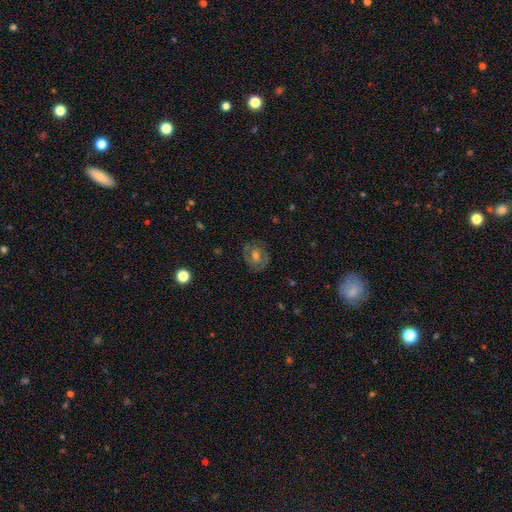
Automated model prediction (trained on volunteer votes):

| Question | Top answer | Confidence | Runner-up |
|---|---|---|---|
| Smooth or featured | featured or disk | 55% | smooth (34%) |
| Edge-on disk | no | 96% | yes (4%) |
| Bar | no | 60% | weak (31%) |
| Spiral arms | yes | 59% | no (41%) |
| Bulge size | moderate | 63% | small (18%) |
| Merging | none | 81% | minor disturbance (13%) |